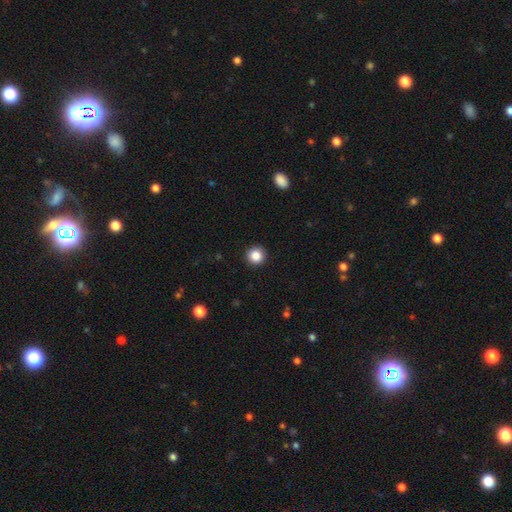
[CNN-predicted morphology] smooth 86%, star or artifact 10%, featured or disk 4%. Down the decision tree: how rounded — round (96%); merging — none (93%).